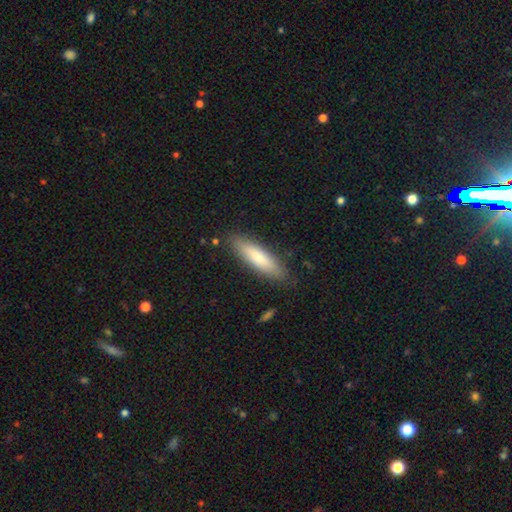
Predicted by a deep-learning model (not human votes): This is likely a smooth galaxy (75%). How rounded: likely cigar-shaped (68%). Merging: clearly none (85%).